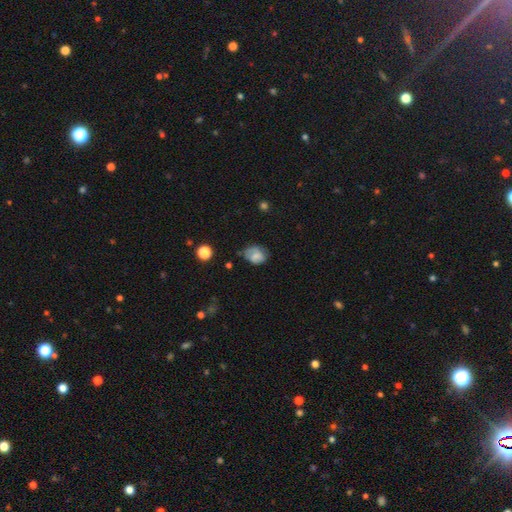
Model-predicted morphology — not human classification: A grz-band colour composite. It shows a smooth galaxy with no disk features (68%) that is in between round and cigar-shaped (63%). Merging: none (48%).